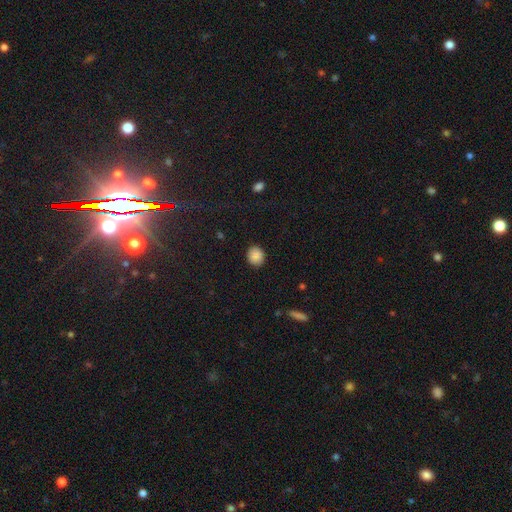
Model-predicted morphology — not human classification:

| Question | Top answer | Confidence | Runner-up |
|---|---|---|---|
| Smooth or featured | smooth | 88% | star or artifact (8%) |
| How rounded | round | 78% | in between (21%) |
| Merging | none | 90% | minor disturbance (7%) |